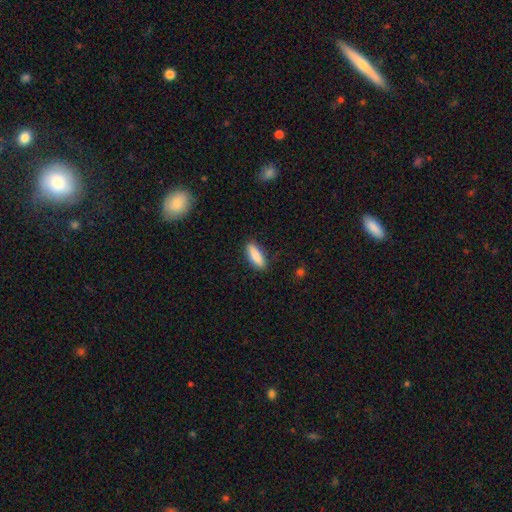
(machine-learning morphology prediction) Overall: smooth (83%). How rounded: in between (58%; cigar-shaped 40%). Merging: none (85%).